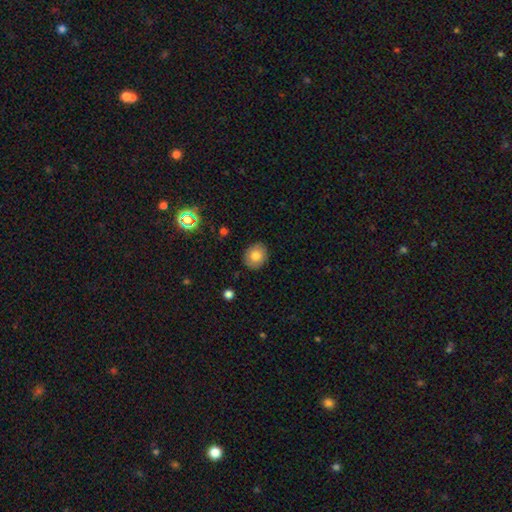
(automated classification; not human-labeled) smooth 78%, featured or disk 12%, star or artifact 9%. Down the decision tree: how rounded — round (62%); merging — none (87%).